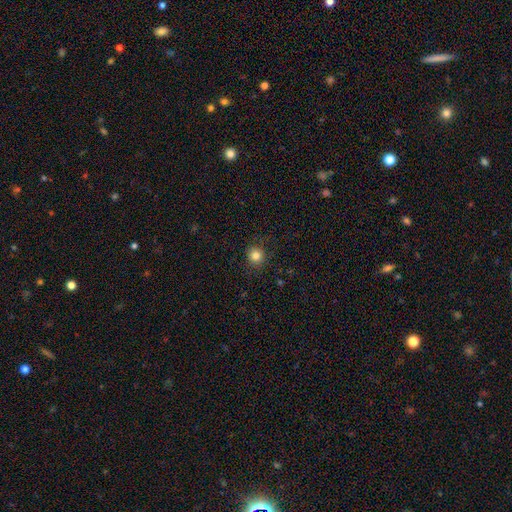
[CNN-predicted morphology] smooth 83%, star or artifact 11%, featured or disk 5%. Down the decision tree: how rounded — round (92%); merging — none (88%).